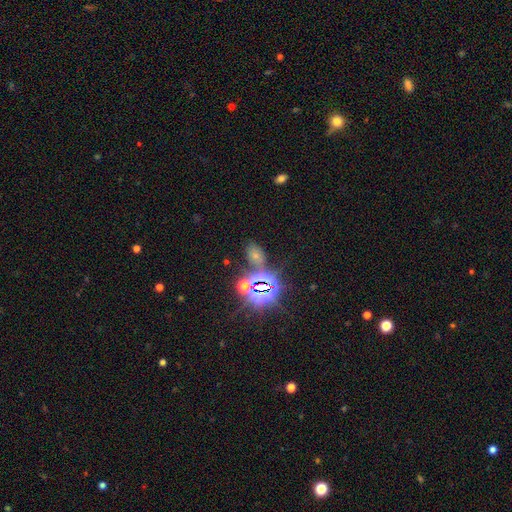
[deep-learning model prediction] Smooth or featured? star or artifact (49%)